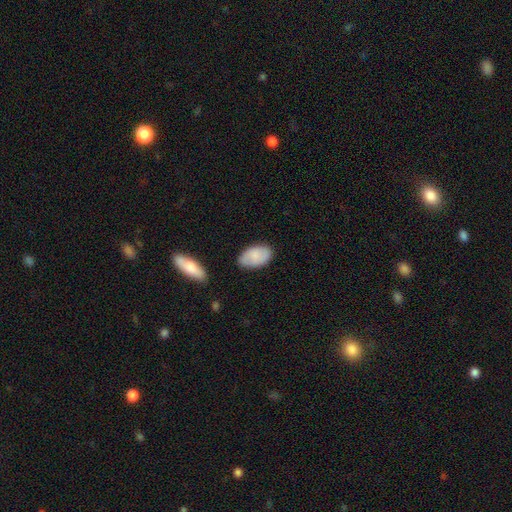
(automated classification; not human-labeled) Q: Smooth or featured?
A: smooth (81%); runner-up: featured or disk (13%)
Q: How rounded?
A: in between (93%); runner-up: round (5%)
Q: Merging?
A: none (82%); runner-up: minor disturbance (13%)